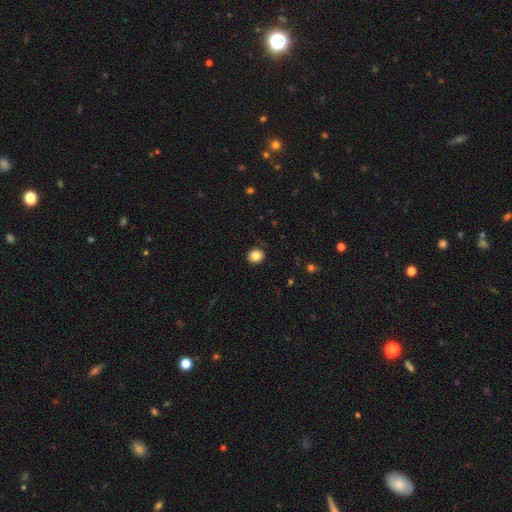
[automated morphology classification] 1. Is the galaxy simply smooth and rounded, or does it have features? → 84% smooth, 10% star or artifact, 6% featured or disk.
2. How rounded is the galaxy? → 84% round, 15% in between, 1% cigar-shaped.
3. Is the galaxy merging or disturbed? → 89% none, 8% minor disturbance, 2% major disturbance, 1% merger.